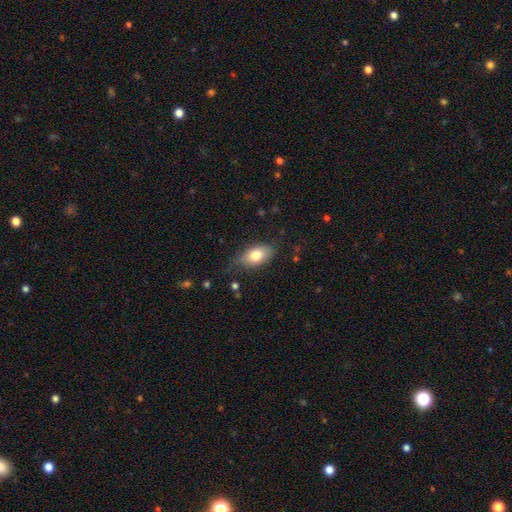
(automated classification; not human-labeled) A smooth galaxy with no disk features (78%) that is in between round and cigar-shaped (89%). Merging: none (72%).